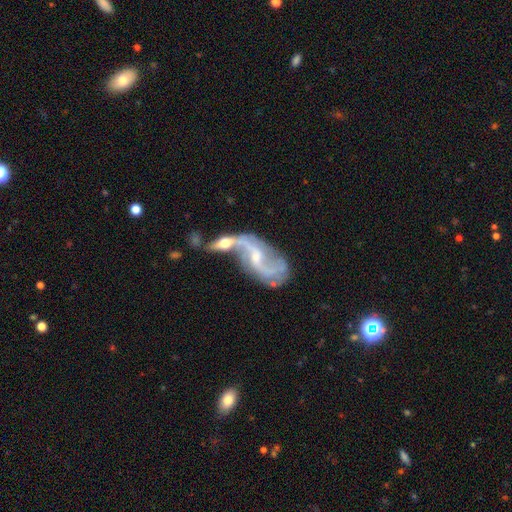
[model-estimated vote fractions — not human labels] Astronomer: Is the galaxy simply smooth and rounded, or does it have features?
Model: featured or disk — 85%.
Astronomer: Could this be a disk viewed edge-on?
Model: no — 95%.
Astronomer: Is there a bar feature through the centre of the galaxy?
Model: weak — 47% (runner-up: no, 35%).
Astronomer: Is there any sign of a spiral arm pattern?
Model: yes — 89%.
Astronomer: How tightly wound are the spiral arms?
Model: loose — 76%.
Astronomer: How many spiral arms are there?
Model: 2 — 83%.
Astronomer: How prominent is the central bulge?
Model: small — 56%.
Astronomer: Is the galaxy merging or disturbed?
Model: merger — 55%.